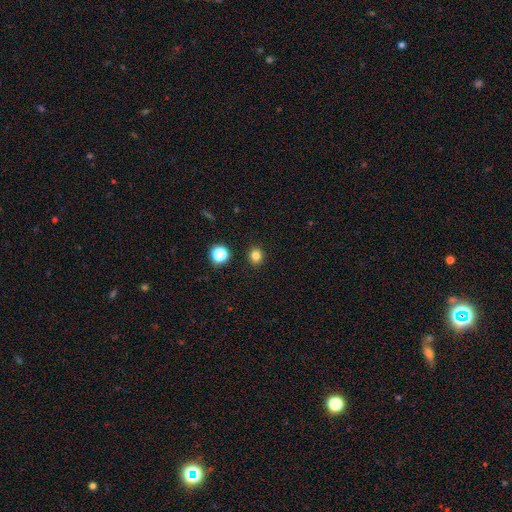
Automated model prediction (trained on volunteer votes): smooth-or-featured: smooth: 81% | star or artifact: 14% | featured or disk: 5%
  how-rounded: round: 81% | in between: 18% | cigar-shaped: 1%
  merging: none: 91% | minor disturbance: 6% | major disturbance: 2% | merger: 2%